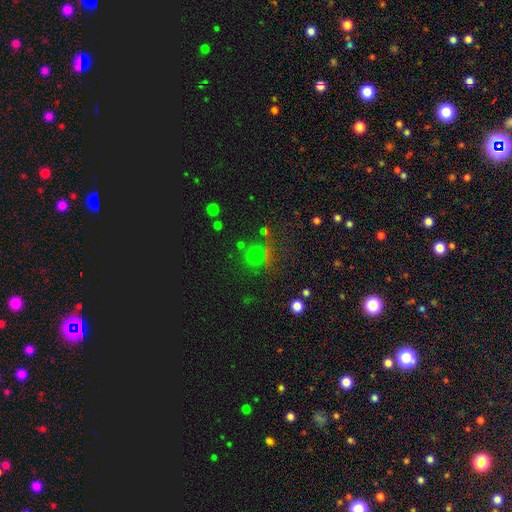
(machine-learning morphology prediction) Smooth or featured? Predicted: smooth (p=0.54). How rounded? Predicted: round (p=0.90). Merging? Predicted: none (p=0.75).